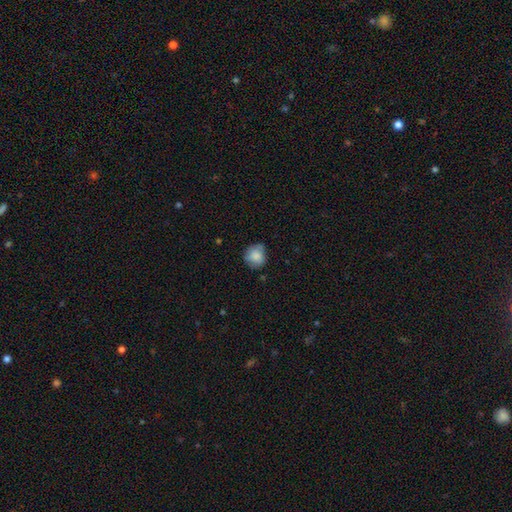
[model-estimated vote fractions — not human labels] Smooth or featured: smooth — 82% (featured or disk — 10%)
How rounded: round — 85% (in between — 14%)
Merging: none — 68% (minor disturbance — 25%)